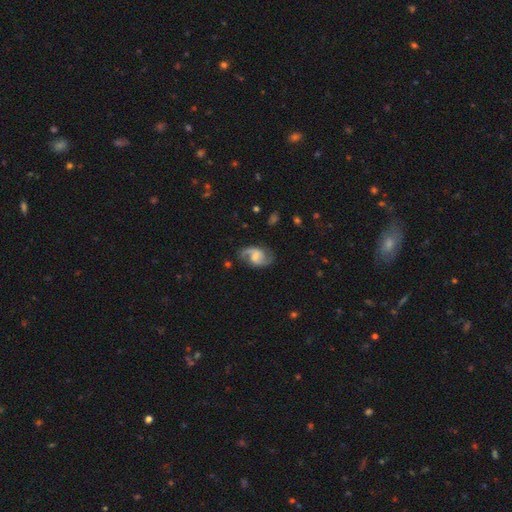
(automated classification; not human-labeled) Overall: featured or disk (88%). Edge-on disk: no (98%). Bar: weak (53%; no 32%). Spiral arms: yes (97%). Spiral arm count: 2 (93%). Spiral winding: medium (53%; loose 34%). Bulge size: moderate (30%; small 29%). Merging: none (77%).